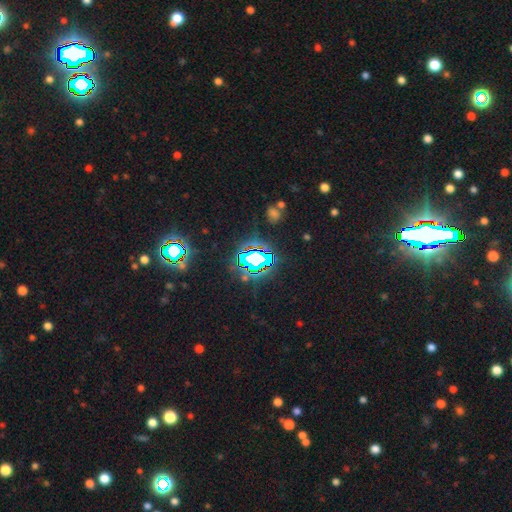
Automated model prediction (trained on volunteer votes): Overall: star or artifact (76%).